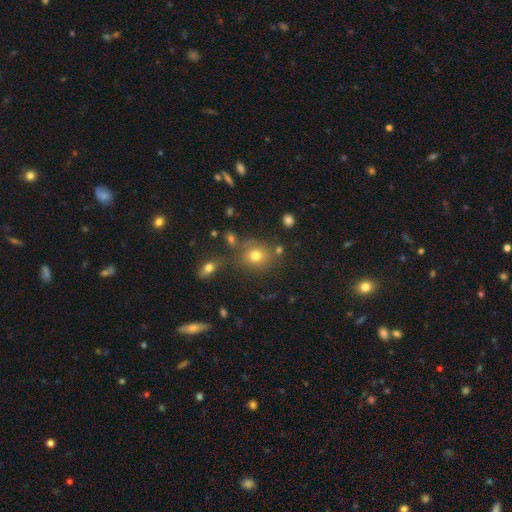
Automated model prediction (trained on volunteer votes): A smooth galaxy with no disk features (73%) that is round (74%). Merging: none (71%).